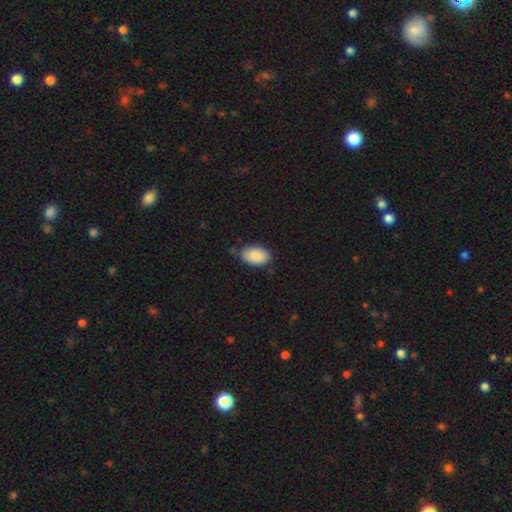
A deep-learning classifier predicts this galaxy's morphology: Smooth or featured? Predicted: smooth (p=0.90). How rounded? Predicted: in between (p=0.93). Merging? Predicted: none (p=0.78).